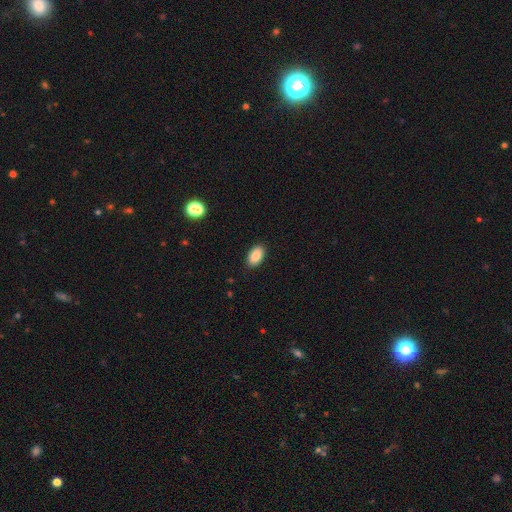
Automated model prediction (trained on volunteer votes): The model was most divided on "smooth or featured": smooth: 88%, star or artifact: 8%, featured or disk: 4%. More confident: how rounded — in between (93%); merging — none (89%).